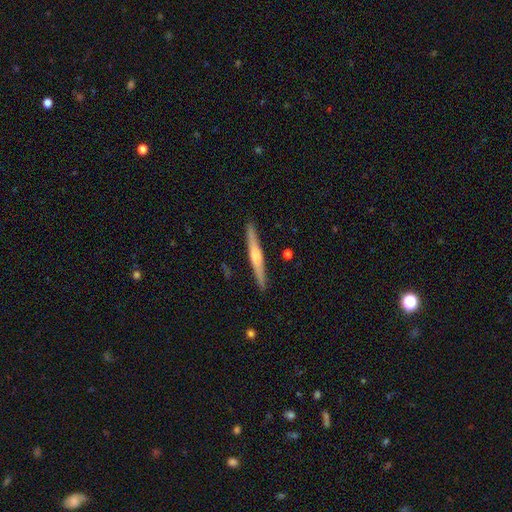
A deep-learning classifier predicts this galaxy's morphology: Smooth or featured? featured or disk (65%)
Edge-on disk? yes (98%)
Edge-on bulge? rounded (75%)
Merging? none (91%)